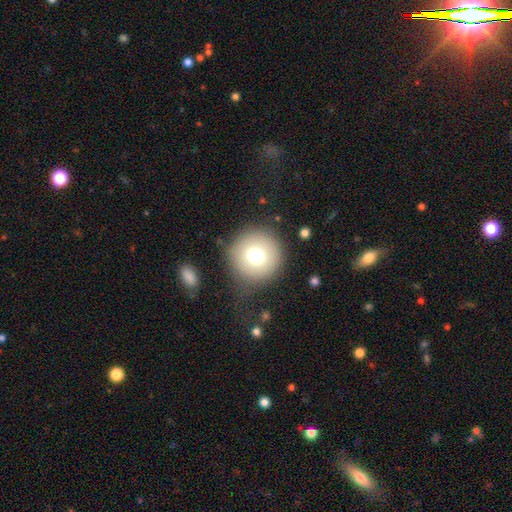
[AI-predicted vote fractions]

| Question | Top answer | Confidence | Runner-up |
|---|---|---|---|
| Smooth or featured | smooth | 72% | featured or disk (15%) |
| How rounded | round | 95% | in between (4%) |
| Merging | none | 79% | minor disturbance (11%) |